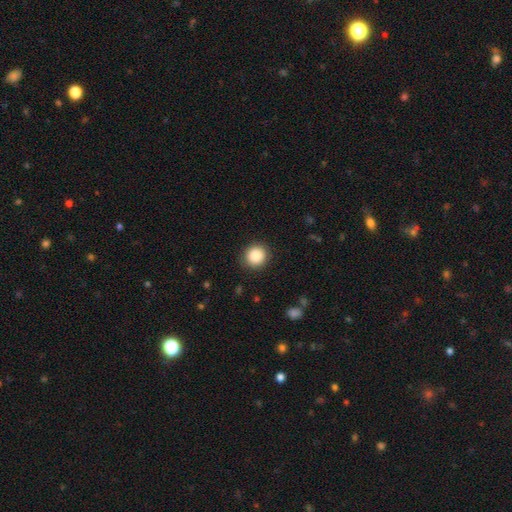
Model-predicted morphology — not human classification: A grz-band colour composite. It shows a smooth galaxy with no disk features (87%) that is round (92%). Merging: none (90%).